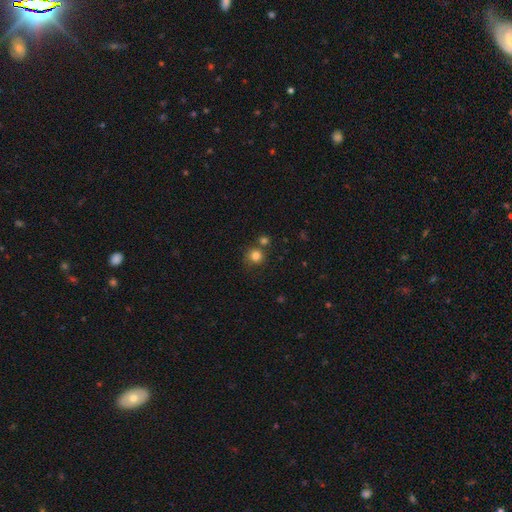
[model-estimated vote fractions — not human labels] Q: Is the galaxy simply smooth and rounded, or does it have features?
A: smooth — 82%.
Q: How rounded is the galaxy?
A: round — 92%.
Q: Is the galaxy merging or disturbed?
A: none — 67%.